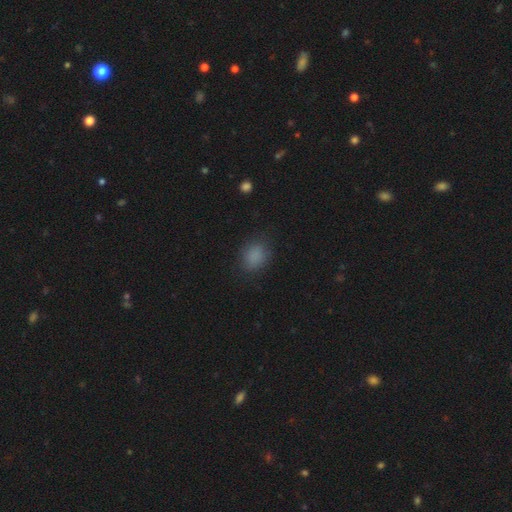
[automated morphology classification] Smooth or featured? smooth (84%)
How rounded? in between (50%)
Merging? none (81%)